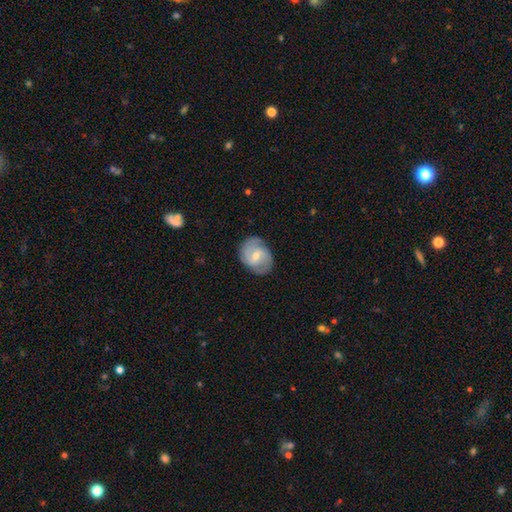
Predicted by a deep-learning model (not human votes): The model was most divided on "bulge size": small: 49%, moderate: 48%, large: 1%, none: 1%, dominant: 1%. Remaining: edge-on disk — no (97%); spiral arms — yes (91%); merging — none (77%); smooth or featured — featured or disk (73%); spiral arm count — 2 (61%); bar — weak (53%); spiral winding — medium (45%).